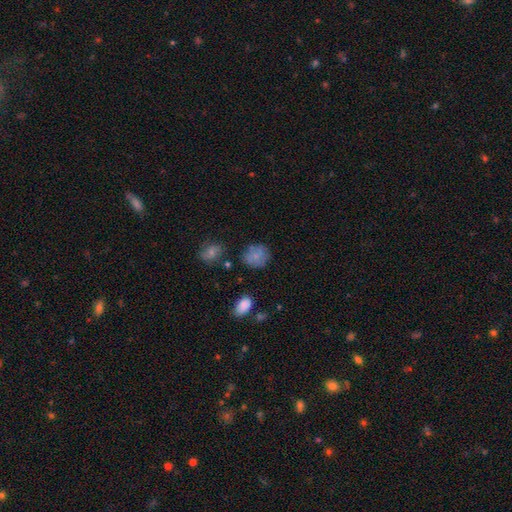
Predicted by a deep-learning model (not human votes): Q: Smooth or featured?
A: smooth (76%); runner-up: featured or disk (13%)
Q: How rounded?
A: round (72%); runner-up: in between (27%)
Q: Merging?
A: none (69%); runner-up: minor disturbance (19%)